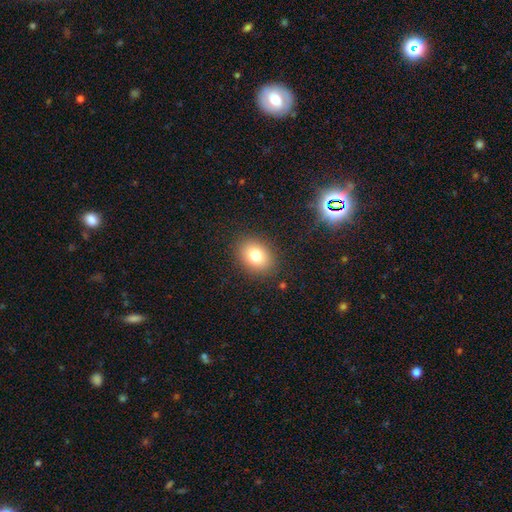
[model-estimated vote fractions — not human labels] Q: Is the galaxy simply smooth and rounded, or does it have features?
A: smooth — 80%.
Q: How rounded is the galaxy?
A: in between — 56%.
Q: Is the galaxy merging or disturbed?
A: none — 87%.